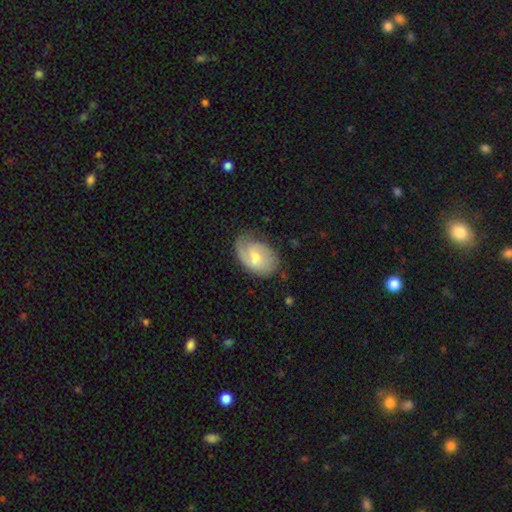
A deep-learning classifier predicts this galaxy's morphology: A featured or disk galaxy (61%) with a weak bar (52%), 2 (47%) medium (40%) spiral arms (87%) and a moderate central bulge (48%). Merging: none (63%).